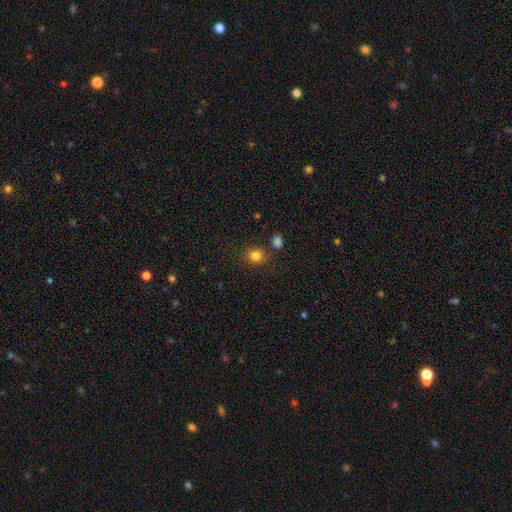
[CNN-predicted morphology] smooth 82%, star or artifact 13%, featured or disk 5%. Down the decision tree: how rounded — round (79%); merging — none (78%).